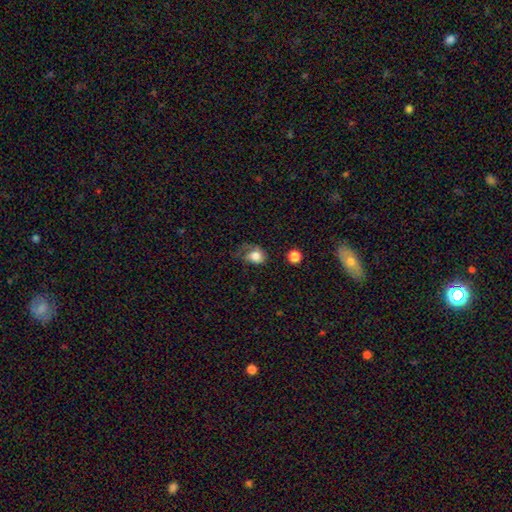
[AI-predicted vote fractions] Overall: smooth (71%). How rounded: in between (59%; round 40%). Merging: major disturbance (39%; none 30%).